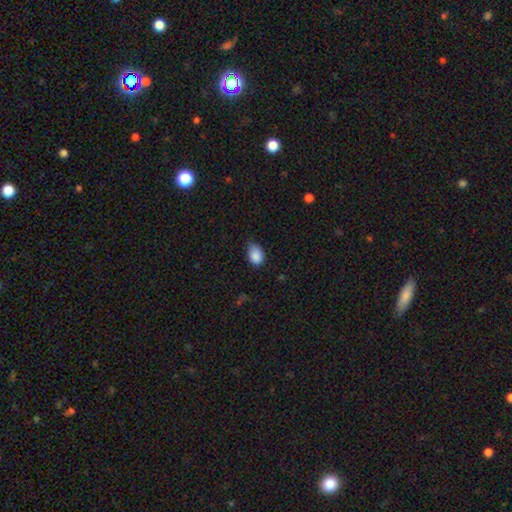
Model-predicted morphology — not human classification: Q: Smooth or featured?
A: smooth (87%); runner-up: star or artifact (8%)
Q: How rounded?
A: in between (78%); runner-up: round (20%)
Q: Merging?
A: none (51%); runner-up: minor disturbance (41%)